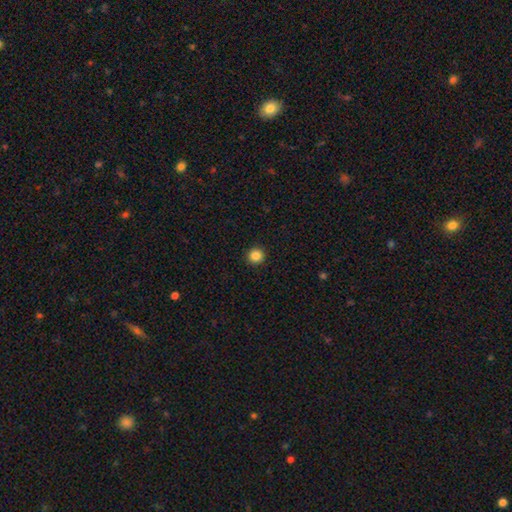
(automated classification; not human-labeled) Q: Smooth or featured?
A: smooth (85%); runner-up: star or artifact (11%)
Q: How rounded?
A: round (96%); runner-up: in between (3%)
Q: Merging?
A: none (93%); runner-up: minor disturbance (4%)